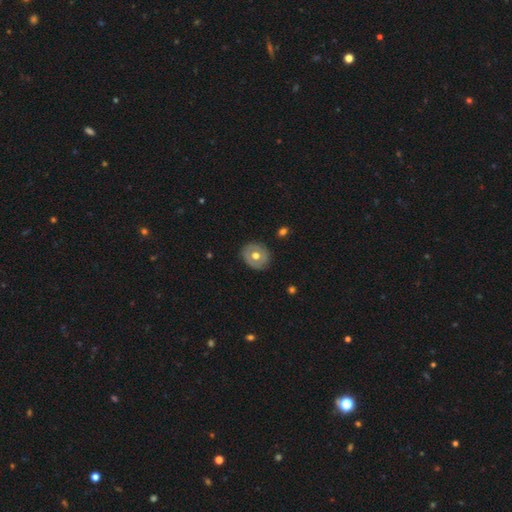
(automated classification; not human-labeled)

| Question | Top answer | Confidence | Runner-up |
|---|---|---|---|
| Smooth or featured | smooth | 50% | featured or disk (43%) |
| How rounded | round | 78% | in between (21%) |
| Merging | none | 85% | minor disturbance (11%) |